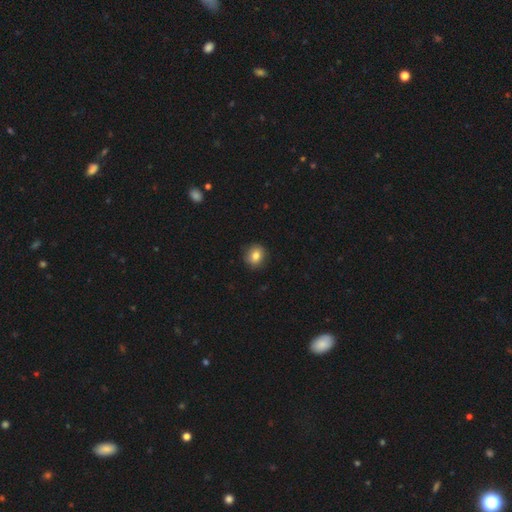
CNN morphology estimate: Smooth or featured? Predicted: smooth (p=0.80). How rounded? Predicted: round (p=0.85). Merging? Predicted: none (p=0.88).